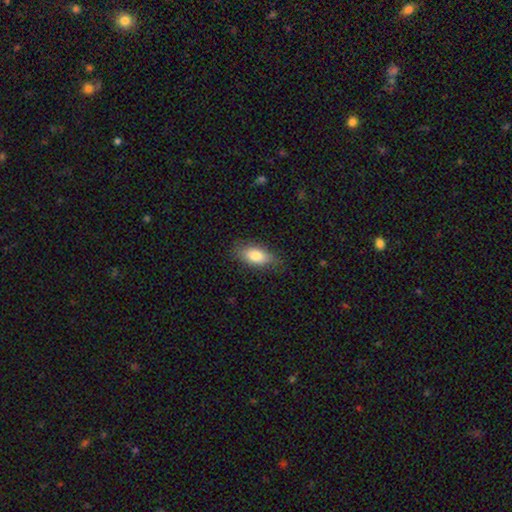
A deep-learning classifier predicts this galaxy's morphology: Smooth or featured: smooth — 81% (featured or disk — 12%)
How rounded: in between — 86% (cigar-shaped — 10%)
Merging: none — 80% (minor disturbance — 15%)